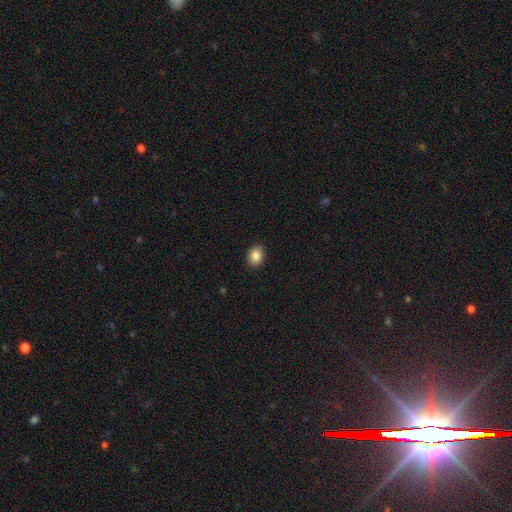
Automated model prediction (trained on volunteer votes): This is clearly a smooth galaxy (86%). How rounded: likely in between (62%). Merging: clearly none (91%).